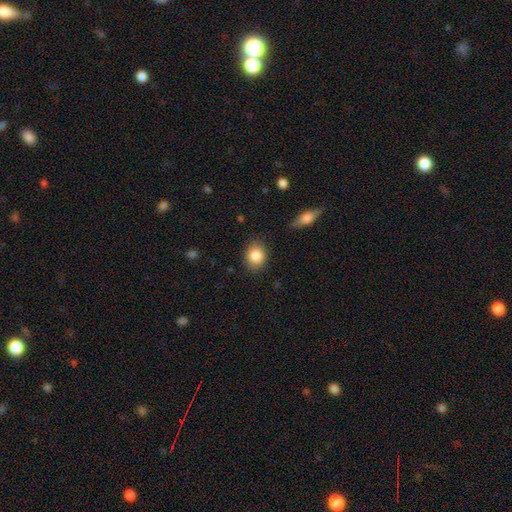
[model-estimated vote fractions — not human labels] Overall: smooth (85%). How rounded: round (57%; in between 41%). Merging: none (85%).